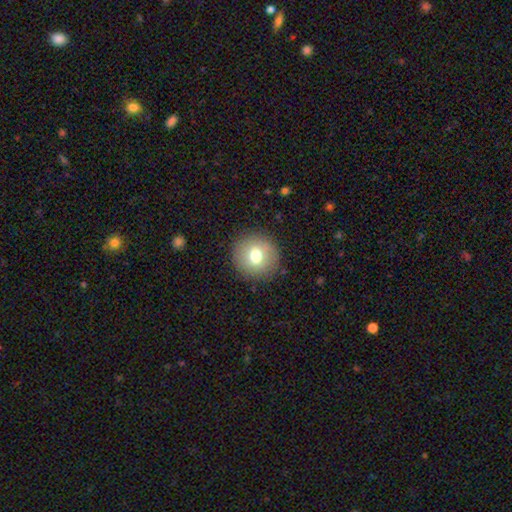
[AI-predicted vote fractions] Smooth or featured? Predicted: smooth (p=0.73). How rounded? Predicted: round (p=0.91). Merging? Predicted: none (p=0.88).